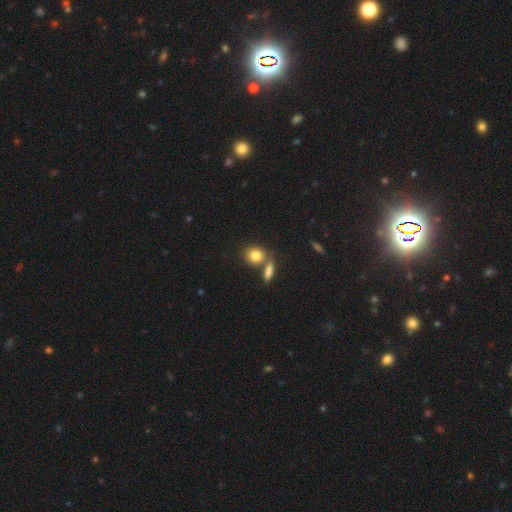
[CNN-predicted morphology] This appears to be a smooth galaxy with no disk features (82%) that is round (58%). Merging: none (57%).